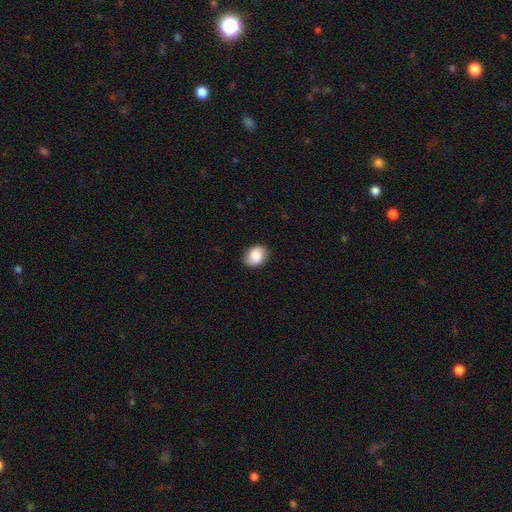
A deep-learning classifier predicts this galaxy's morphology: smooth_or_featured: smooth (p=0.80) [alt: featured or disk p=0.13]
how_rounded: in between (p=0.54) [alt: round p=0.45]
merging: none (p=0.80) [alt: minor disturbance p=0.16]